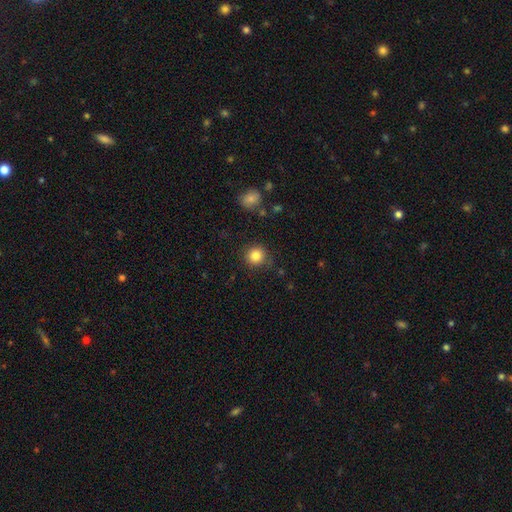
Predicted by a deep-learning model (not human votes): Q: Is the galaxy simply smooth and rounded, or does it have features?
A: smooth — 84%.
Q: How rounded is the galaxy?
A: round — 91%.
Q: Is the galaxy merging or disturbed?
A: none — 85%.